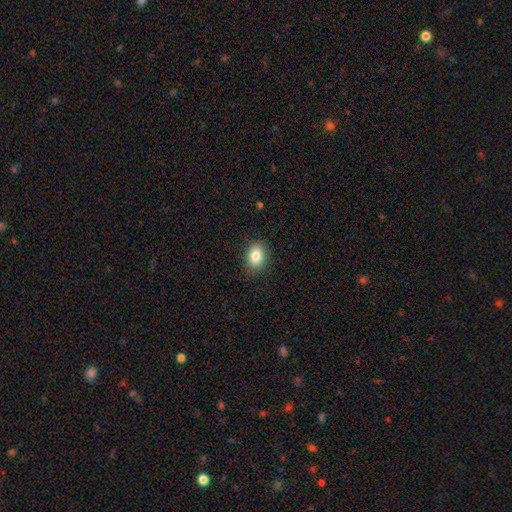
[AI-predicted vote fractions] Smooth or featured: smooth — 83% (star or artifact — 10%)
How rounded: in between — 67% (round — 31%)
Merging: none — 85% (minor disturbance — 11%)